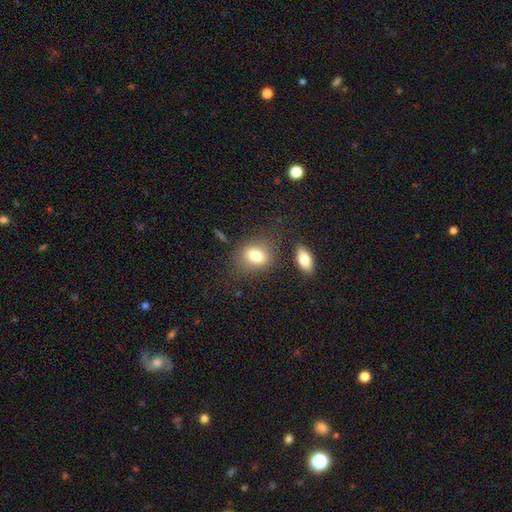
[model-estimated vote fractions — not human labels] The model was most divided on "how rounded": in between: 68%, round: 30%, cigar-shaped: 2%. More confident: smooth or featured — smooth (78%); merging — none (69%).